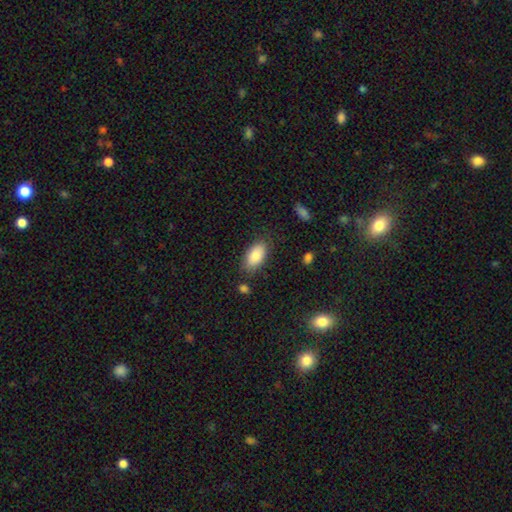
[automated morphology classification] smooth 84%, featured or disk 9%, star or artifact 7%. Down the decision tree: how rounded — in between (93%); merging — none (80%).